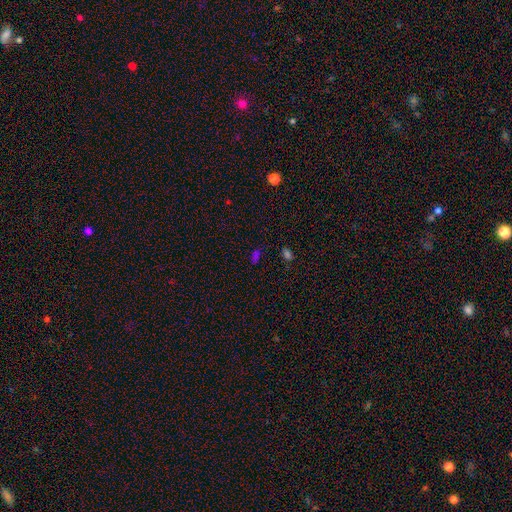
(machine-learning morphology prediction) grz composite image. It shows a smooth galaxy with no disk features (60%) that is in between round and cigar-shaped (81%). Merging: none (75%).